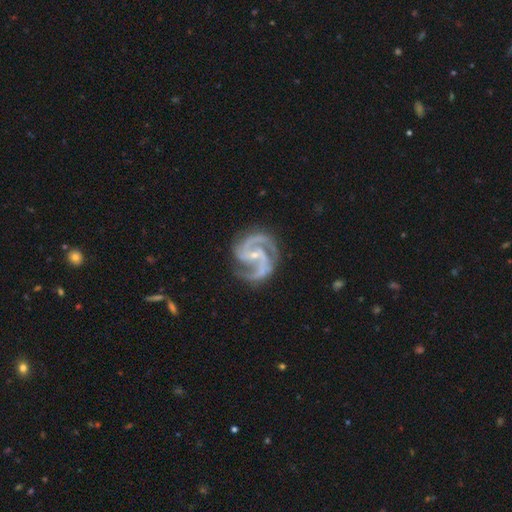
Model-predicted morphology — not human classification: The model was most divided on "bar": no: 37%, weak: 36%, strong: 27%. More confident: spiral arms — yes (99%); edge-on disk — no (98%); smooth or featured — featured or disk (94%); bulge size — small (78%); merging — none (76%); spiral winding — medium (64%); spiral arm count — 2 (60%).